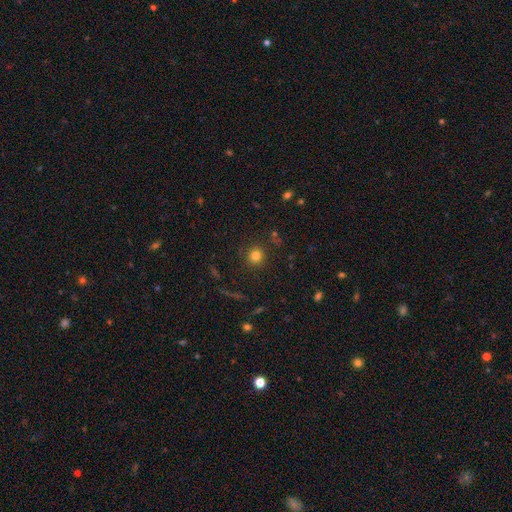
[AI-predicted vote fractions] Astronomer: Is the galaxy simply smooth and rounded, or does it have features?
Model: smooth — 79%.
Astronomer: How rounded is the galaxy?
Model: round — 93%.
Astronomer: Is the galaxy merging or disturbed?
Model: none — 88%.